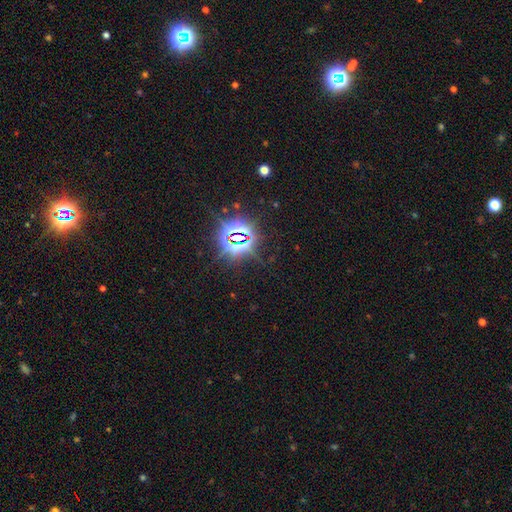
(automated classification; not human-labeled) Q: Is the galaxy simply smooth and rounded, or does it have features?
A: star or artifact — 83%.